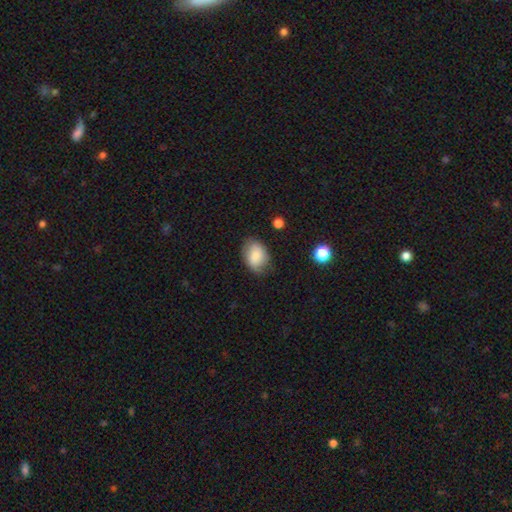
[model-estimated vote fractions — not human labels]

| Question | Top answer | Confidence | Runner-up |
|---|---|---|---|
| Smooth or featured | smooth | 81% | featured or disk (11%) |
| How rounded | in between | 80% | round (19%) |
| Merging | none | 71% | minor disturbance (22%) |